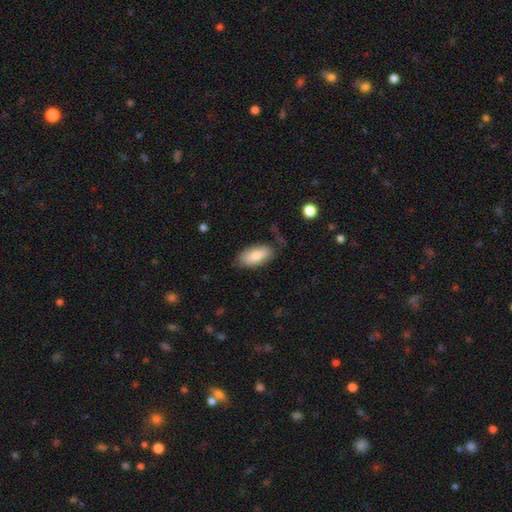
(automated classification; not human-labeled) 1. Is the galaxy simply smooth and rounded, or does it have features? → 81% smooth, 13% featured or disk, 6% star or artifact.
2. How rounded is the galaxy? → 91% in between, 7% cigar-shaped, 2% round.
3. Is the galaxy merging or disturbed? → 74% none, 19% minor disturbance, 5% major disturbance, 2% merger.